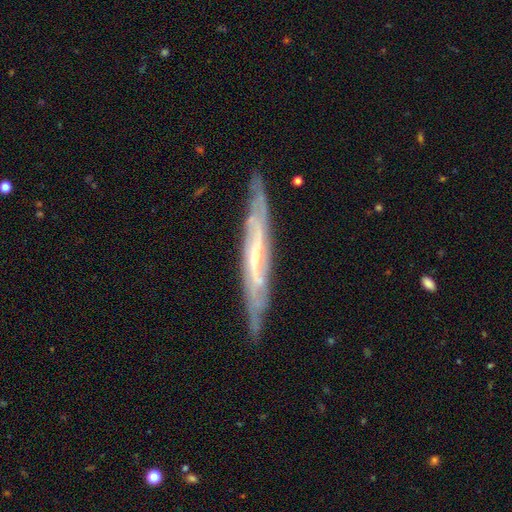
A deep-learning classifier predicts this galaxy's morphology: Smooth or featured? Predicted: featured or disk (p=0.78). Edge-on disk? Predicted: yes (p=0.65). Edge-on bulge? Predicted: none (p=0.65). Merging? Predicted: none (p=0.80).